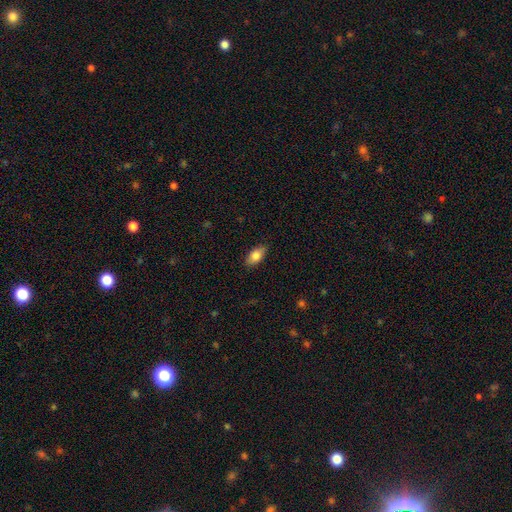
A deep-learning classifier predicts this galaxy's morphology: A smooth galaxy with no disk features (82%) that is in between round and cigar-shaped (91%).

Vote fractions:
- Smooth or featured? smooth: 82% / featured or disk: 11% / star or artifact: 7%
- How rounded? in between: 91% / cigar-shaped: 6% / round: 4%
- Merging? none: 86% / minor disturbance: 11% / major disturbance: 2% / merger: 1%